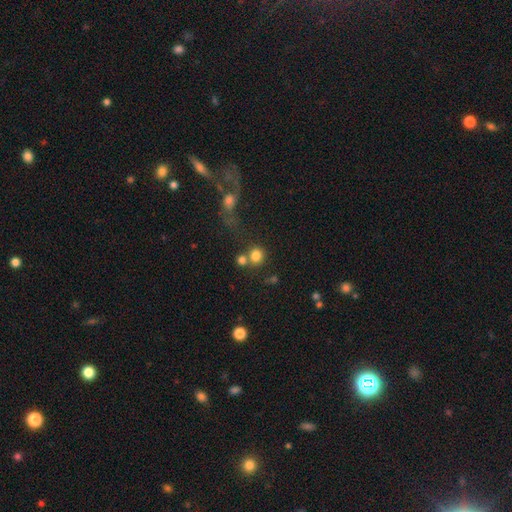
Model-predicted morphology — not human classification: Q: Smooth or featured?
A: smooth (80%); runner-up: star or artifact (12%)
Q: How rounded?
A: round (87%); runner-up: in between (12%)
Q: Merging?
A: none (58%); runner-up: merger (27%)